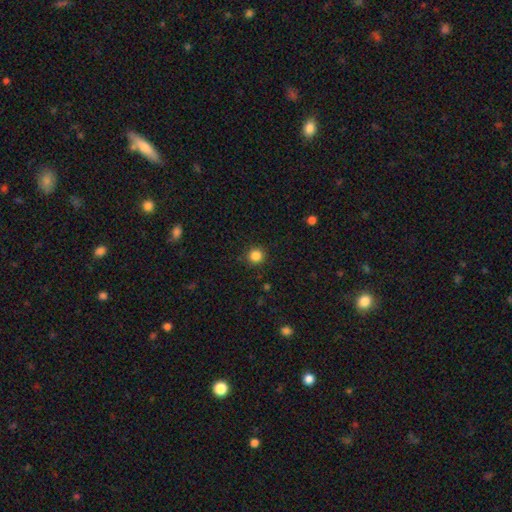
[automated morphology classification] type=smooth (85%); roundness=round (94%); merging=none (91%).